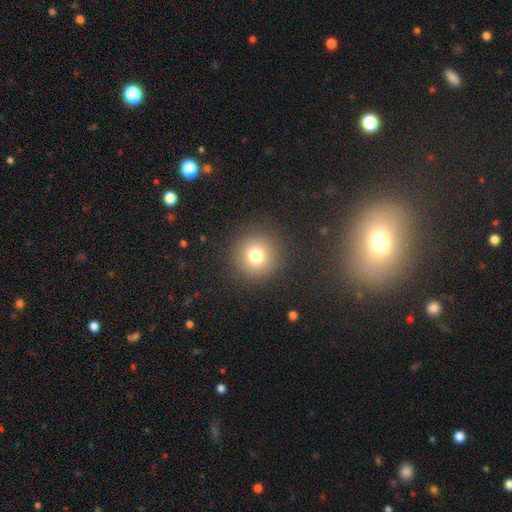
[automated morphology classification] A smooth galaxy with no disk features (76%) that is round (95%).

Vote fractions:
- Smooth or featured? smooth: 76% / star or artifact: 14% / featured or disk: 10%
- How rounded? round: 95% / in between: 5% / cigar-shaped: 1%
- Merging? none: 89% / minor disturbance: 6% / major disturbance: 4% / merger: 1%